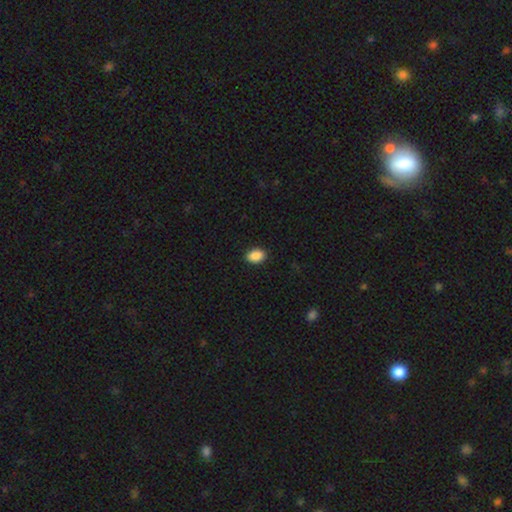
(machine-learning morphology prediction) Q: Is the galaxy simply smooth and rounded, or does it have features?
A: smooth — 90%.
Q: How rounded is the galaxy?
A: in between — 85%.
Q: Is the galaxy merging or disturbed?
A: none — 90%.